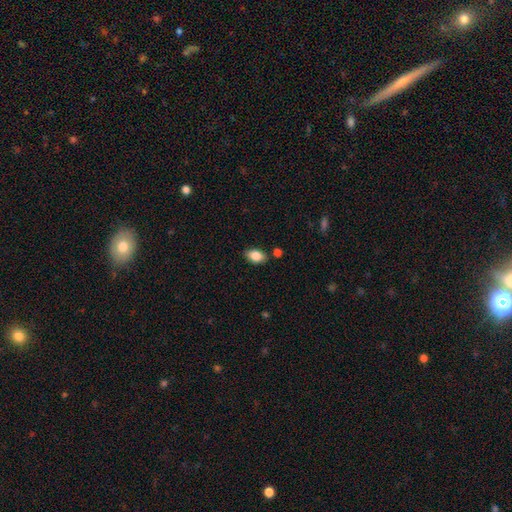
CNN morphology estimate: Smooth or featured?
  - smooth: 84% *
  - featured or disk: 8%
  - star or artifact: 8%
How rounded?
  - in between: 89% *
  - round: 9%
  - cigar-shaped: 2%
Merging?
  - none: 80% *
  - minor disturbance: 13%
  - merger: 4%
  - major disturbance: 3%